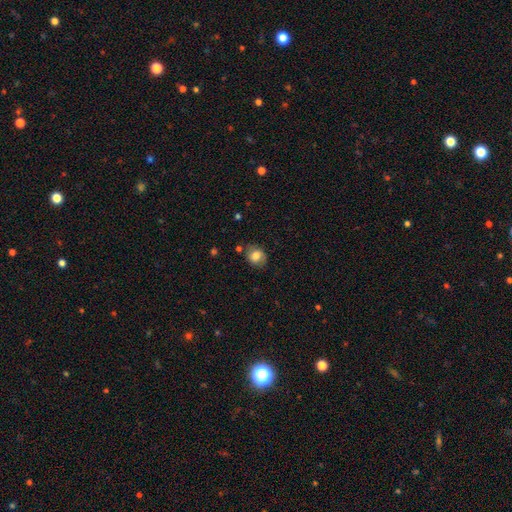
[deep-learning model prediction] Q: Smooth or featured?
A: smooth (77%); runner-up: featured or disk (14%)
Q: How rounded?
A: round (59%); runner-up: in between (40%)
Q: Merging?
A: none (74%); runner-up: minor disturbance (18%)